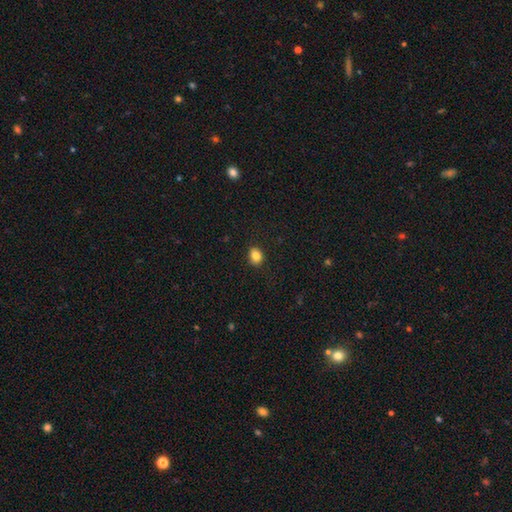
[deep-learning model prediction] Smooth or featured: smooth — 84% (star or artifact — 10%)
How rounded: round — 53% (in between — 46%)
Merging: none — 88% (minor disturbance — 8%)